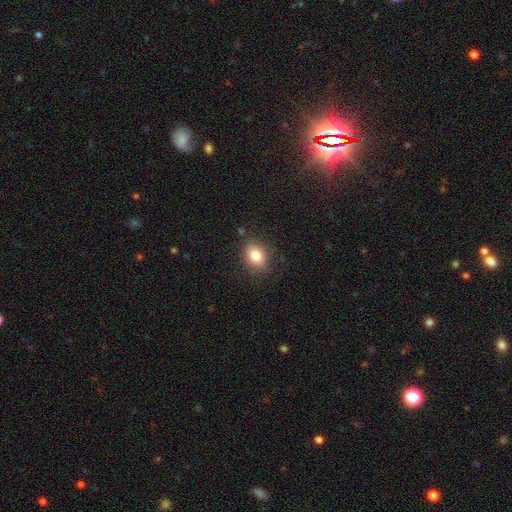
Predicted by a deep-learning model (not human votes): Smooth or featured? Predicted: smooth (p=0.81). How rounded? Predicted: in between (p=0.62). Merging? Predicted: none (p=0.81).